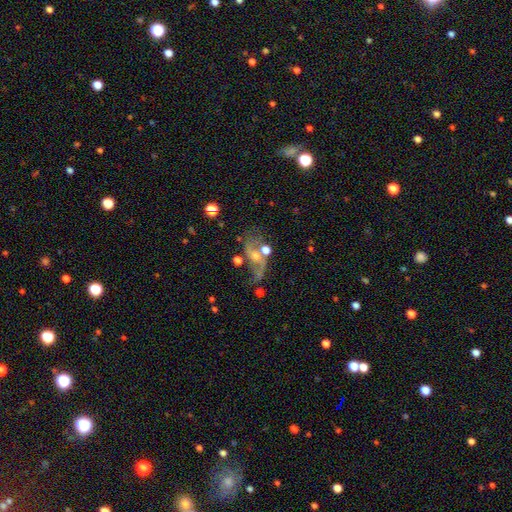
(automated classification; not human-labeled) Q: Smooth or featured?
A: featured or disk (72%); runner-up: smooth (15%)
Q: Edge-on disk?
A: no (94%); runner-up: yes (6%)
Q: Bar?
A: no (58%); runner-up: weak (32%)
Q: Spiral arms?
A: yes (80%); runner-up: no (20%)
Q: Spiral winding?
A: loose (71%); runner-up: medium (22%)
Q: Spiral arm count?
A: 2 (77%); runner-up: 1 (12%)
Q: Bulge size?
A: moderate (51%); runner-up: small (38%)
Q: Merging?
A: none (40%); runner-up: major disturbance (23%)